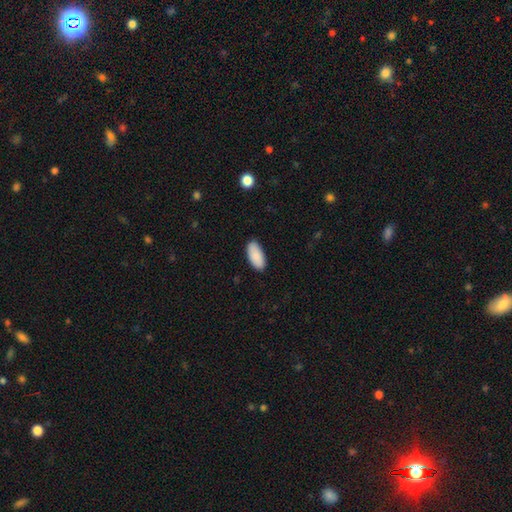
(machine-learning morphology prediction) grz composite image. It shows a smooth galaxy with no disk features (91%) that is in between round and cigar-shaped (93%). Merging: none (87%).